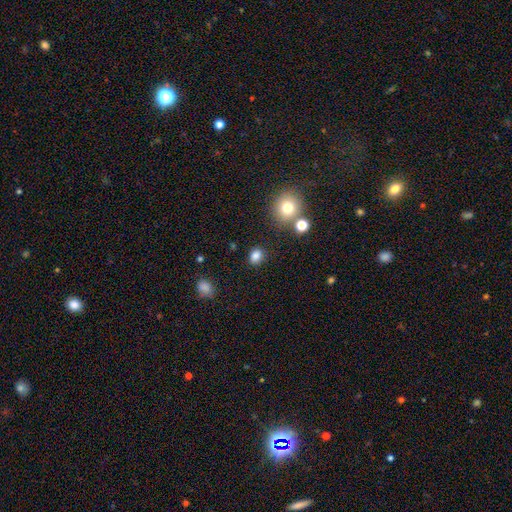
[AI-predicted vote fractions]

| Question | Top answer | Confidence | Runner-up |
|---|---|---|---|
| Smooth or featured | smooth | 83% | star or artifact (13%) |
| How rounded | round | 52% | in between (47%) |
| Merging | none | 83% | minor disturbance (10%) |